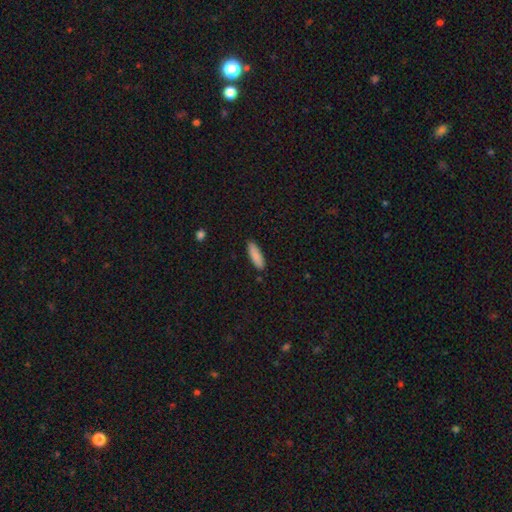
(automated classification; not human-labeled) The model was most divided on "how rounded": cigar-shaped: 51%, in between: 47%, round: 2%. More confident: merging — none (87%); smooth or featured — smooth (87%).